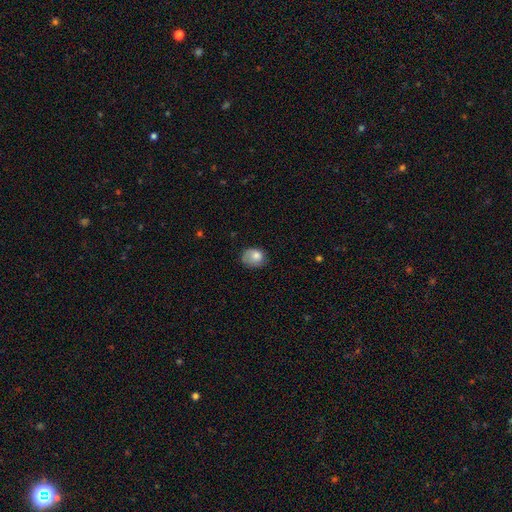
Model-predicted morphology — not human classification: Q: Smooth or featured?
A: smooth (76%); runner-up: featured or disk (16%)
Q: How rounded?
A: round (51%); runner-up: in between (48%)
Q: Merging?
A: none (49%); runner-up: minor disturbance (34%)